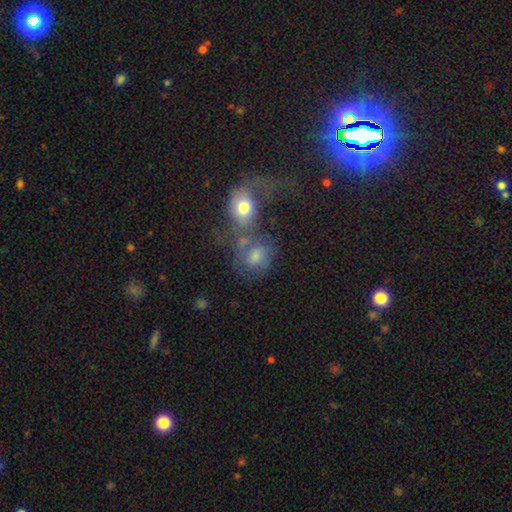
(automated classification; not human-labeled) Smooth or featured: smooth — 59% (featured or disk — 27%)
How rounded: round — 54% (in between — 45%)
Merging: merger — 54% (none — 22%)